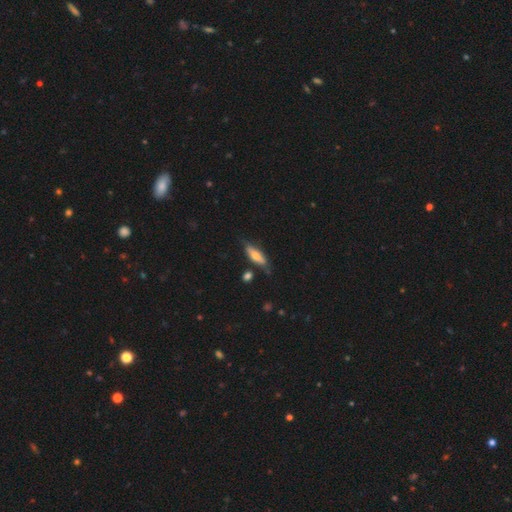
Morphology: type=featured or disk (48%); edge-on=yes (74%); edge-on bulge=rounded (86%); merging=none (51%).